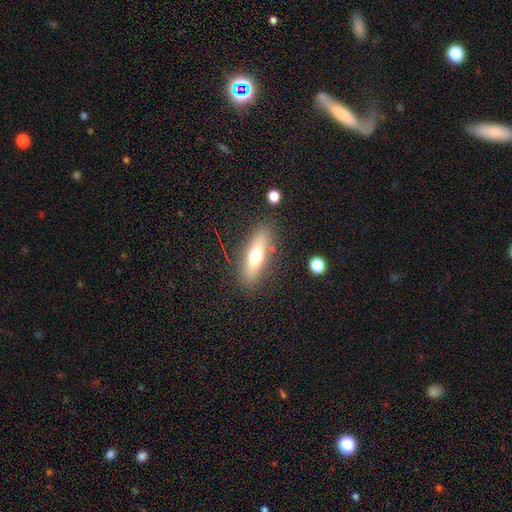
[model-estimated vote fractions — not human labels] Smooth or featured: smooth — 54% (featured or disk — 37%)
How rounded: cigar-shaped — 50% (in between — 45%)
Merging: none — 84% (minor disturbance — 10%)